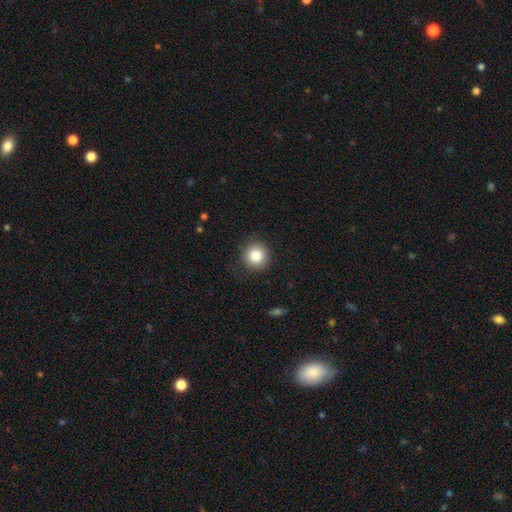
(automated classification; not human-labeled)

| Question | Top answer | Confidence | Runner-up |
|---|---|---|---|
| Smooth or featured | smooth | 83% | star or artifact (10%) |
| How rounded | round | 94% | in between (6%) |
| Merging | none | 88% | minor disturbance (8%) |